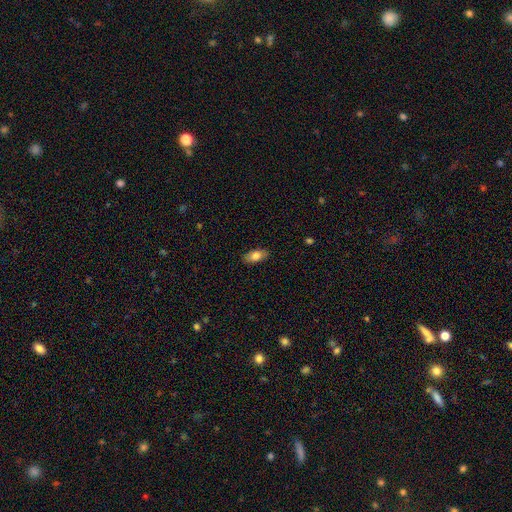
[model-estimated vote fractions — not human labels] The model was most divided on "smooth or featured": smooth: 80%, featured or disk: 13%, star or artifact: 7%. More confident: how rounded — in between (87%); merging — none (87%).